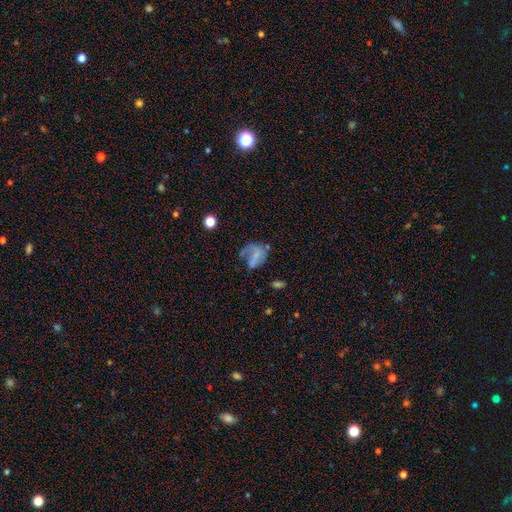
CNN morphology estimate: Smooth or featured? featured or disk (44%, tied with smooth)
Merging? major disturbance (42%)